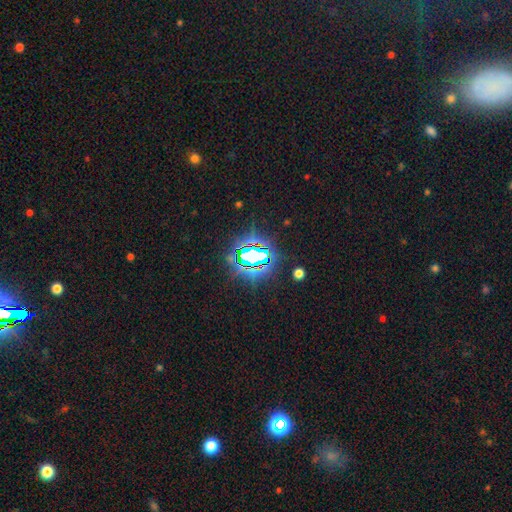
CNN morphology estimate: This appears to be a star or artifact, not a galaxy (75%).